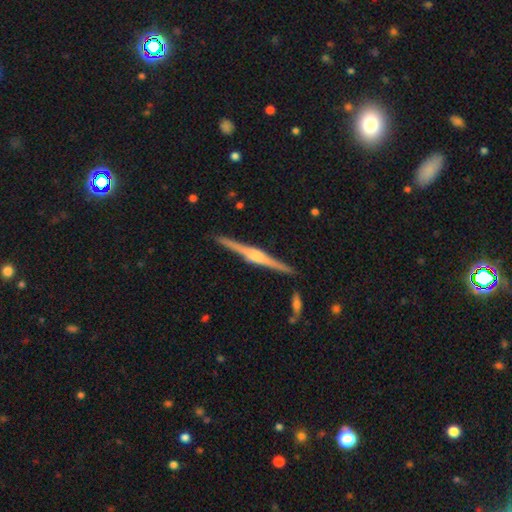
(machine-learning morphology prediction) Smooth or featured: featured or disk — 84% (smooth — 11%)
Edge-on disk: yes — 99% (no — 1%)
Edge-on bulge: rounded — 77% (boxy — 18%)
Merging: none — 91% (minor disturbance — 6%)